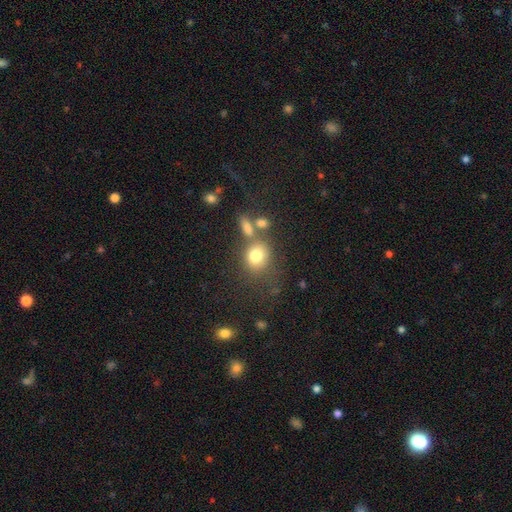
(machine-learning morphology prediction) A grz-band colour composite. It shows a smooth galaxy with no disk features (78%) that is round (67%). Merging: none (56%).